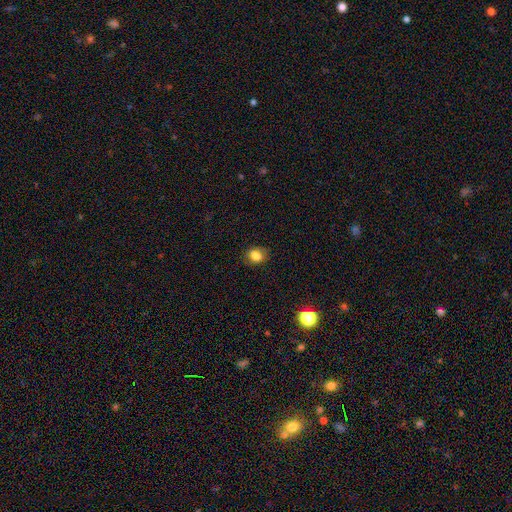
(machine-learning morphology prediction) A smooth galaxy with no disk features (82%) that is round (51%). Merging: none (81%).